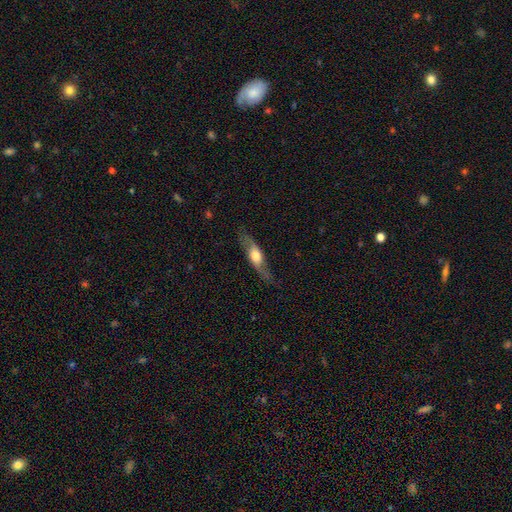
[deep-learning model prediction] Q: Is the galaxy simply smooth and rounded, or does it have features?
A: featured or disk — 56%.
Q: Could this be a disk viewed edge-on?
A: yes — 65%.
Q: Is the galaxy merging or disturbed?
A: none — 72%.